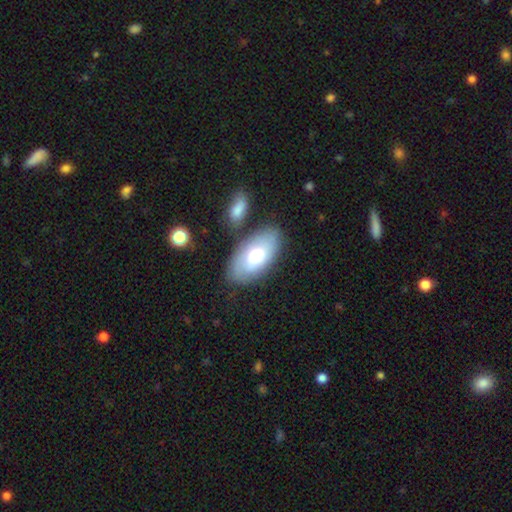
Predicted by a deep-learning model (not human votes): This appears to be a smooth galaxy with no disk features (64%) that is in between round and cigar-shaped (94%). Merging: none (73%).